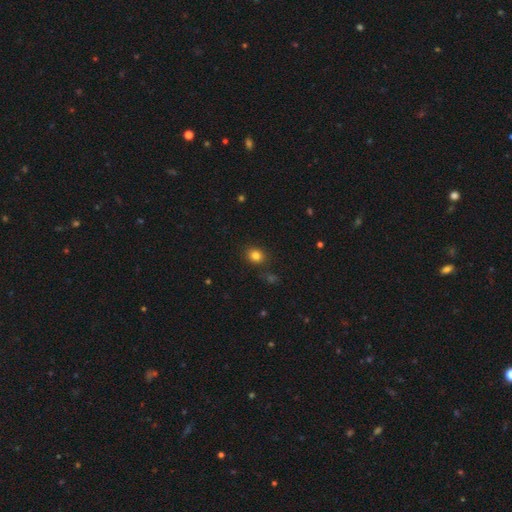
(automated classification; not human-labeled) Smooth or featured? Predicted: smooth (p=0.81). How rounded? Predicted: round (p=0.69). Merging? Predicted: none (p=0.85).